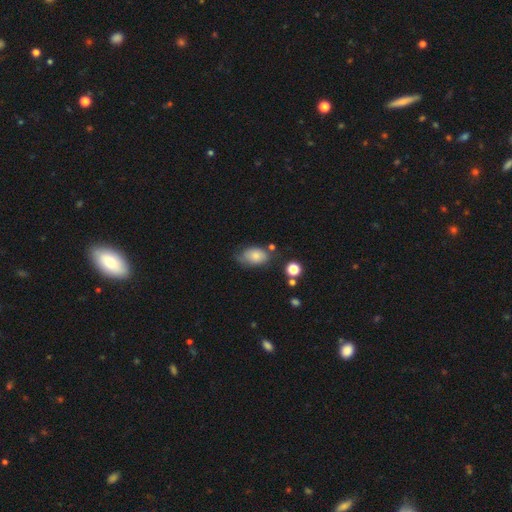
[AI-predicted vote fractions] smooth_or_featured: smooth (p=0.76) [alt: featured or disk p=0.15]
how_rounded: in between (p=0.88) [alt: round p=0.10]
merging: none (p=0.53) [alt: minor disturbance p=0.31]